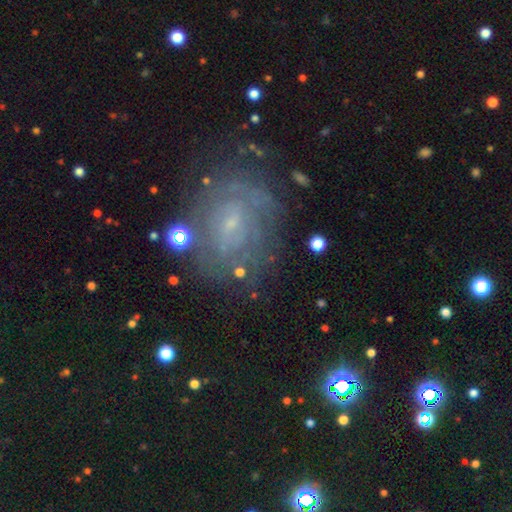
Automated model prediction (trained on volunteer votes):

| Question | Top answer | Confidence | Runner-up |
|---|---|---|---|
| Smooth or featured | featured or disk | 62% | smooth (19%) |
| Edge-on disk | no | 96% | yes (4%) |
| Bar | no | 55% | weak (37%) |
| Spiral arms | yes | 79% | no (21%) |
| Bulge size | small | 79% | moderate (12%) |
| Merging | none | 73% | minor disturbance (16%) |